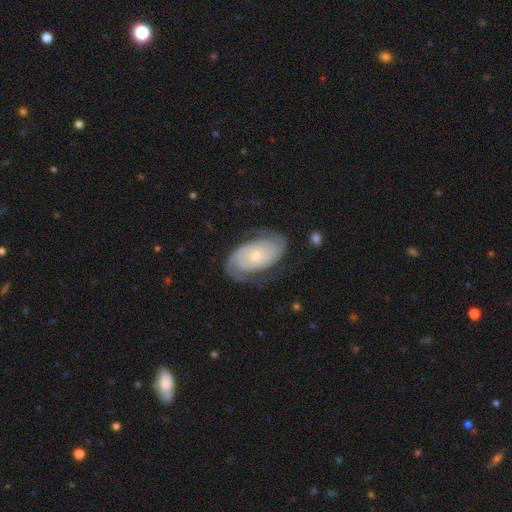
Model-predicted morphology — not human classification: Overall: featured or disk (83%). Edge-on disk: no (96%). Bar: no (67%). Spiral arms: yes (95%). Spiral arm count: 2 (83%). Spiral winding: tight (55%; medium 33%). Bulge size: small (56%; moderate 36%). Merging: none (73%).